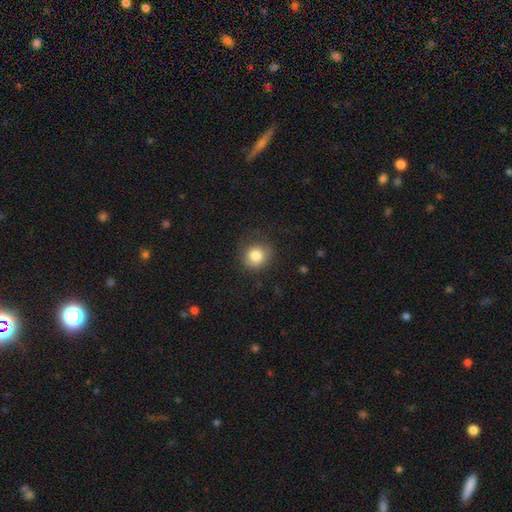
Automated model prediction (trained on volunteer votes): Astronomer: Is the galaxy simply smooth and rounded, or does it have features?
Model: smooth — 82%.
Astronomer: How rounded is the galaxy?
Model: round — 84%.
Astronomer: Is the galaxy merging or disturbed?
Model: none — 76%.